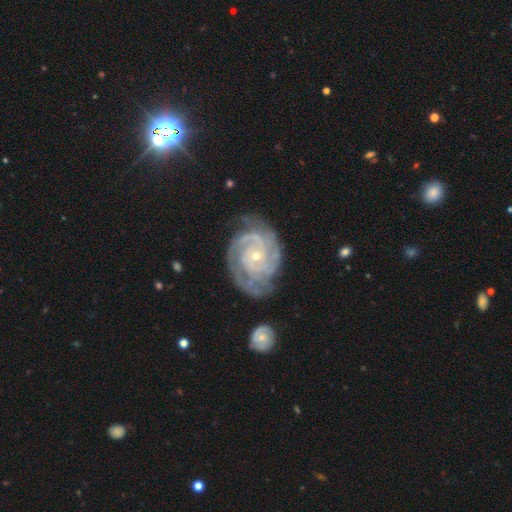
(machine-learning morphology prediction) A featured or disk galaxy (91%) with no bar (75%), 3 (31%) tight (74%) spiral arms (98%) and a small central bulge (74%). Merging: none (66%).